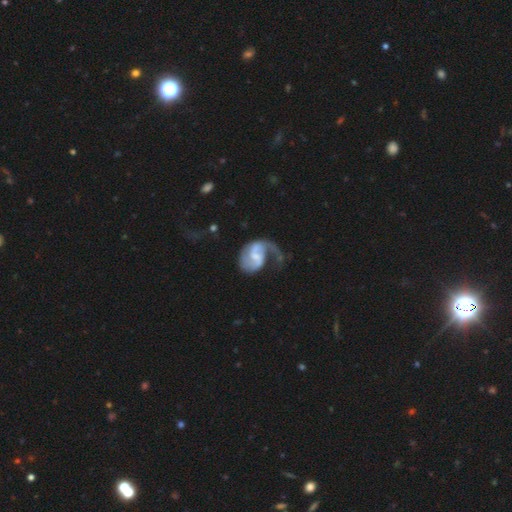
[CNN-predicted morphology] The model was most divided on "spiral winding": medium: 42%, loose: 41%, tight: 18%. Remaining: edge-on disk — no (98%); spiral arms — yes (93%); smooth or featured — featured or disk (81%); spiral arm count — 2 (54%); bar — weak (53%); merging — major disturbance (45%); bulge size — small (37%).